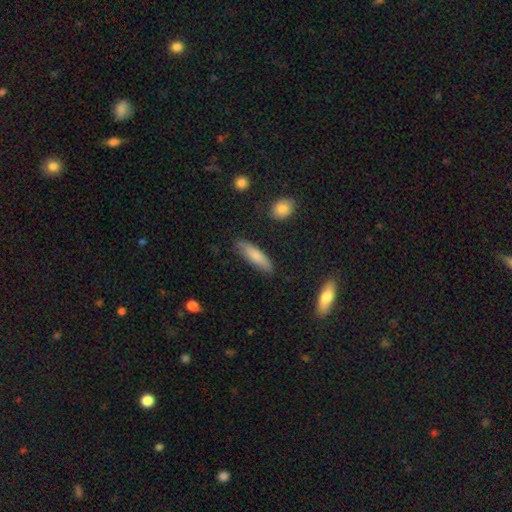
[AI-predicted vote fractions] Smooth or featured? smooth (80%)
How rounded? cigar-shaped (62%)
Merging? none (82%)